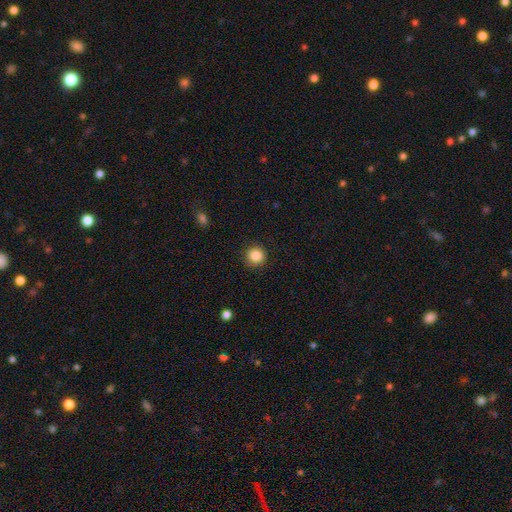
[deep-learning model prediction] Smooth or featured: smooth — 87% (star or artifact — 10%)
How rounded: round — 93% (in between — 6%)
Merging: none — 88% (minor disturbance — 8%)